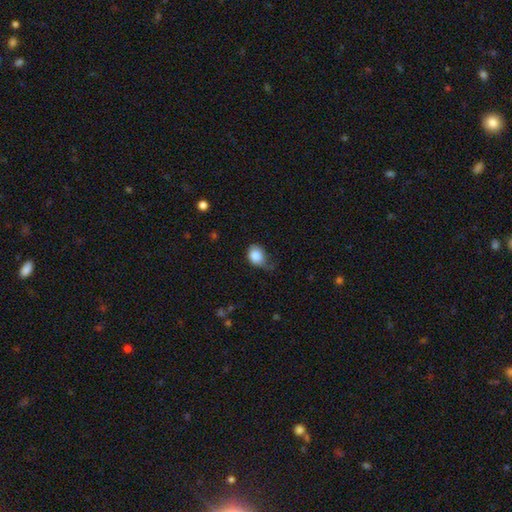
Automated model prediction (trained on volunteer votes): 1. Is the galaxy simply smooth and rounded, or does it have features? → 84% smooth, 8% star or artifact, 8% featured or disk.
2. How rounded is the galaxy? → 52% in between, 47% round, 1% cigar-shaped.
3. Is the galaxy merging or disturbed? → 41% minor disturbance, 39% none, 17% major disturbance, 3% merger.